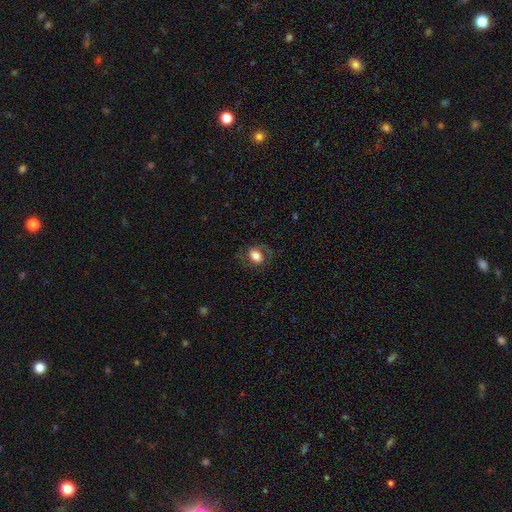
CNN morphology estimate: A smooth galaxy with no disk features (51%) that is in between round and cigar-shaped (64%). Merging: none (71%).